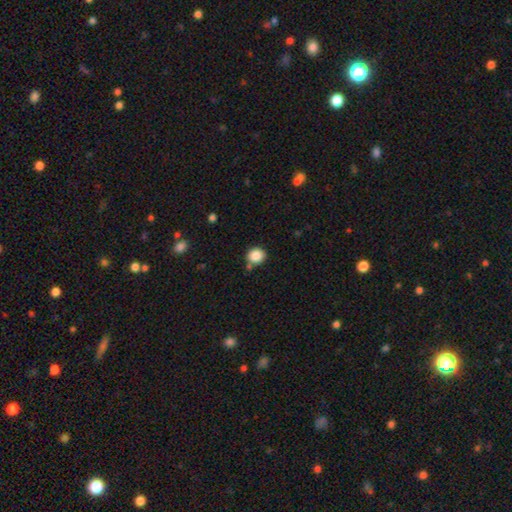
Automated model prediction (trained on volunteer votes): The model was most divided on "merging": none: 73%, minor disturbance: 13%, merger: 11%, major disturbance: 4%. More confident: how rounded — round (88%); smooth or featured — smooth (86%).